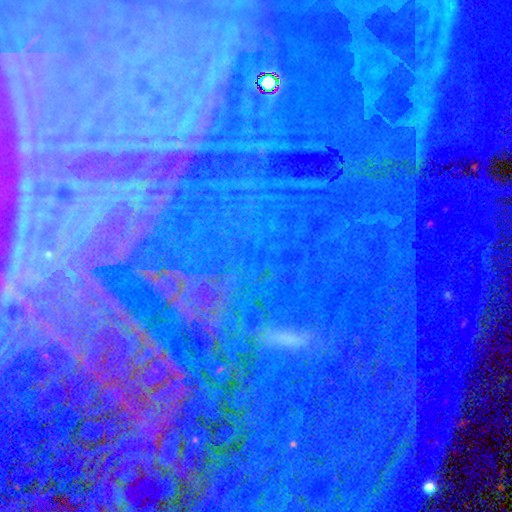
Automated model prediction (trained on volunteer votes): Morphology: type=star or artifact (83%).